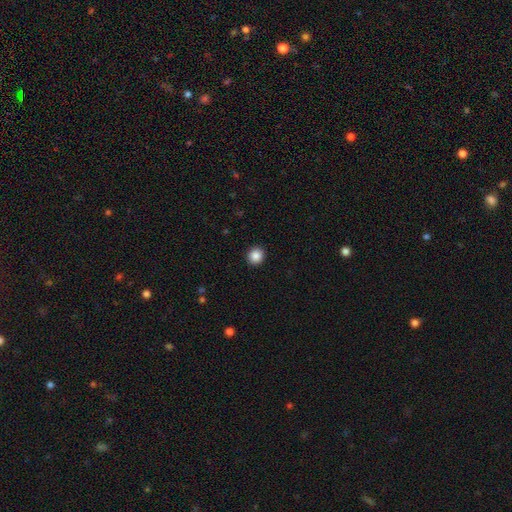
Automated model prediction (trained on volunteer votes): Overall: smooth (87%). How rounded: round (87%). Merging: none (93%).